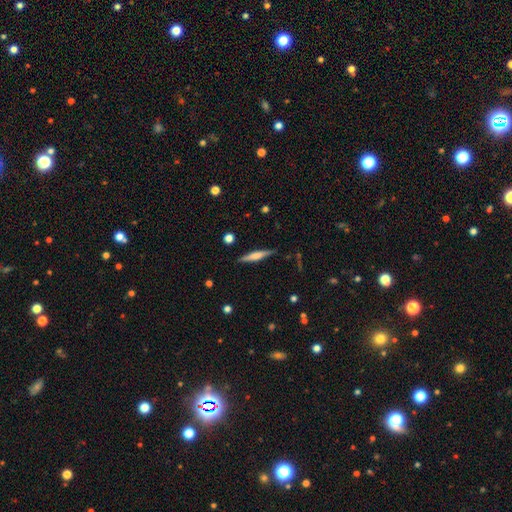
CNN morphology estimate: Smooth or featured: featured or disk — 53% (smooth — 40%)
Edge-on disk: yes — 97% (no — 3%)
Edge-on bulge: rounded — 65% (boxy — 20%)
Merging: none — 88% (minor disturbance — 9%)